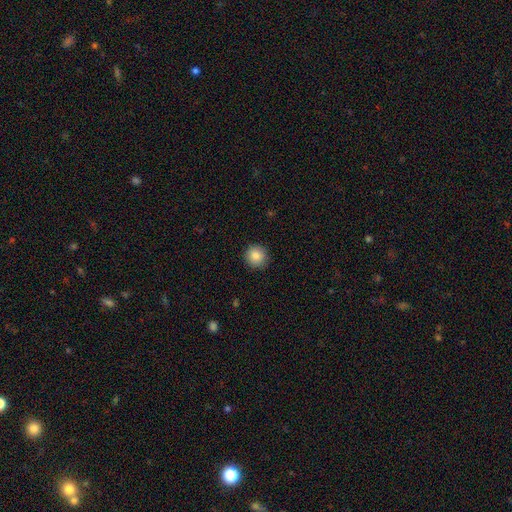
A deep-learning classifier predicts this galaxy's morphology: This appears to be a smooth galaxy with no disk features (86%) that is round (94%). Merging: none (90%).